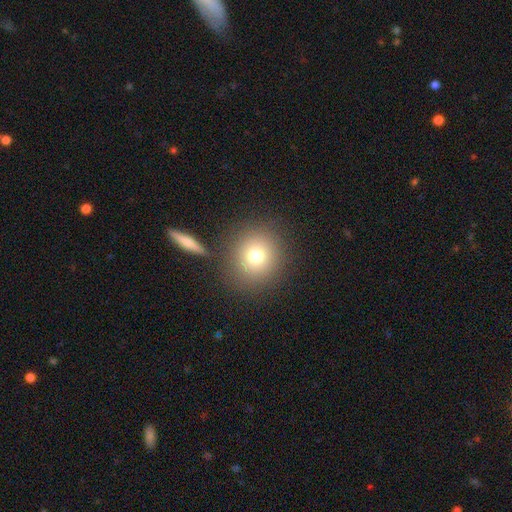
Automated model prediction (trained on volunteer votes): Smooth or featured? smooth (75%)
How rounded? round (89%)
Merging? none (80%)